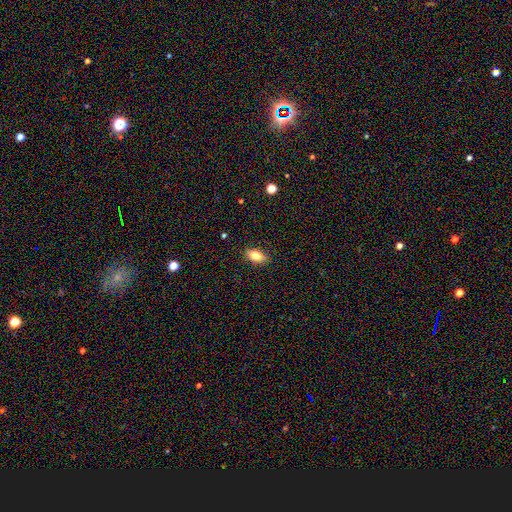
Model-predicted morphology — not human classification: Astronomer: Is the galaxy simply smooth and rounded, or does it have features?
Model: smooth — 78%.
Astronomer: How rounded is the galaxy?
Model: in between — 87%.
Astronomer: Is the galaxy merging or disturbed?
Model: none — 88%.